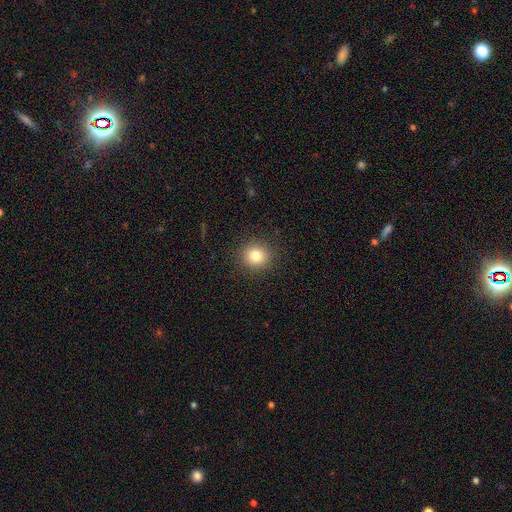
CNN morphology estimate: A smooth galaxy with no disk features (82%) that is round (91%). Merging: none (91%).